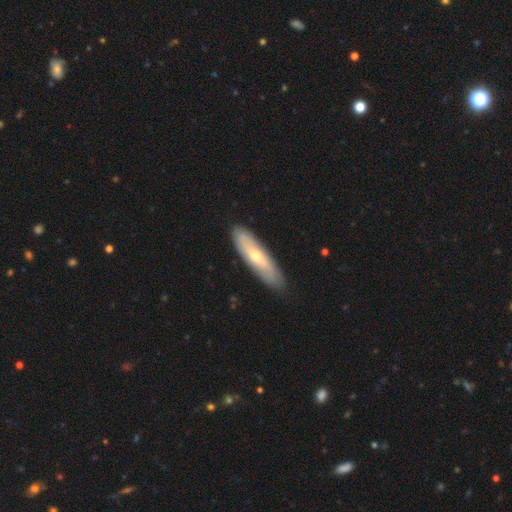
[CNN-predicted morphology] smooth 52%, featured or disk 42%, star or artifact 5%. Down the decision tree: how rounded — cigar-shaped (67%); merging — none (86%).